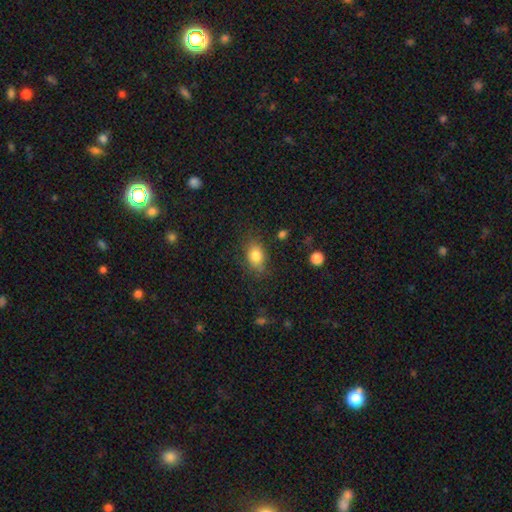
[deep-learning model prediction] This appears to be a smooth galaxy with no disk features (82%) that is in between round and cigar-shaped (77%). Merging: none (75%).